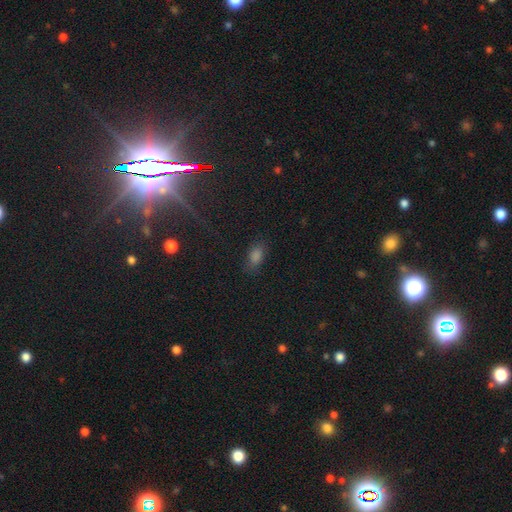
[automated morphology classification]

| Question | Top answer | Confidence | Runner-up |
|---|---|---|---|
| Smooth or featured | smooth | 64% | star or artifact (27%) |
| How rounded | in between | 86% | round (9%) |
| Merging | none | 80% | minor disturbance (13%) |